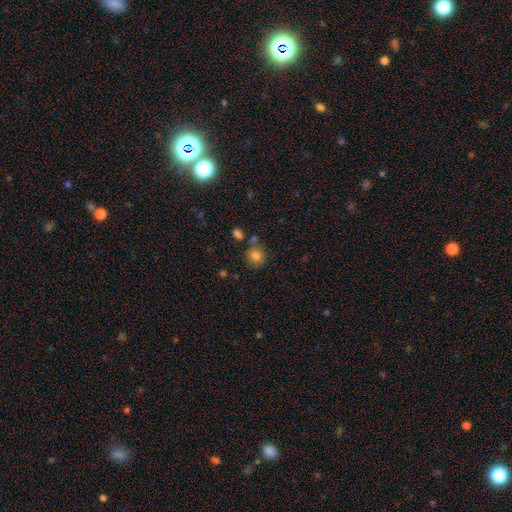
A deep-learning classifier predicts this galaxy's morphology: A smooth galaxy with no disk features (82%) that is round (85%).

Vote fractions:
- Smooth or featured? smooth: 82% / star or artifact: 11% / featured or disk: 7%
- How rounded? round: 85% / in between: 14% / cigar-shaped: 1%
- Merging? none: 73% / minor disturbance: 13% / merger: 10% / major disturbance: 4%